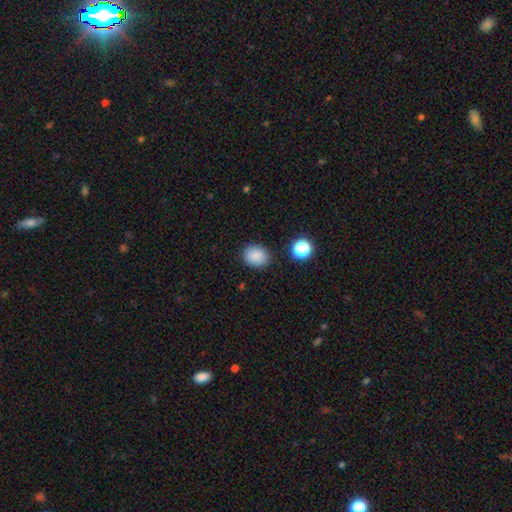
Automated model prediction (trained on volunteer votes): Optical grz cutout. It shows a smooth galaxy with no disk features (84%) that is round (59%). Merging: none (84%).